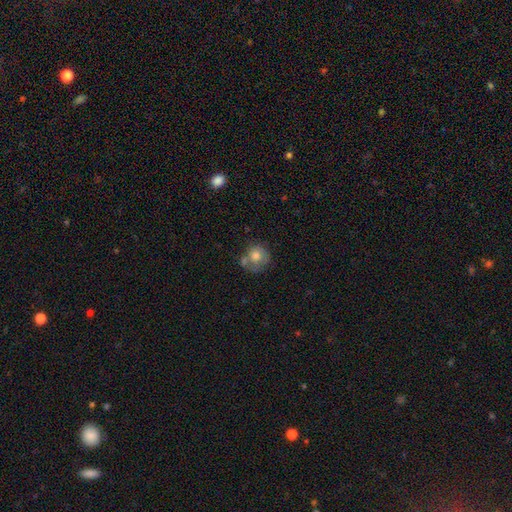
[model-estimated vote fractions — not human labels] A smooth galaxy with no disk features (66%) that is round (82%).

Vote fractions:
- Smooth or featured? smooth: 66% / featured or disk: 26% / star or artifact: 8%
- How rounded? round: 82% / in between: 17% / cigar-shaped: 1%
- Merging? none: 47% / merger: 23% / minor disturbance: 21% / major disturbance: 10%